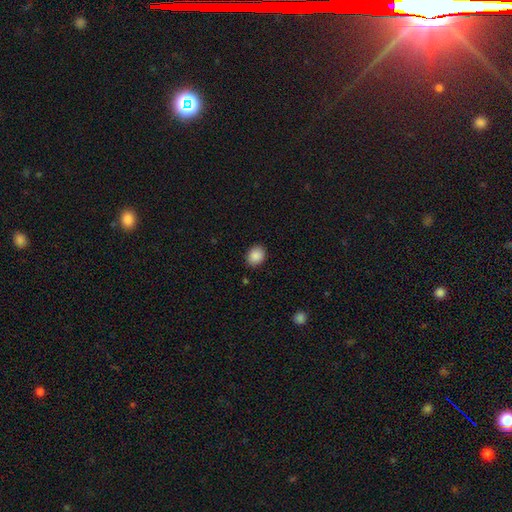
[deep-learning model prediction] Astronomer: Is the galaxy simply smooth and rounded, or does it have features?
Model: smooth — 88%.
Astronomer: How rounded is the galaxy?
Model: in between — 52% (runner-up: round, 48%).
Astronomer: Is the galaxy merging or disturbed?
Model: none — 88%.